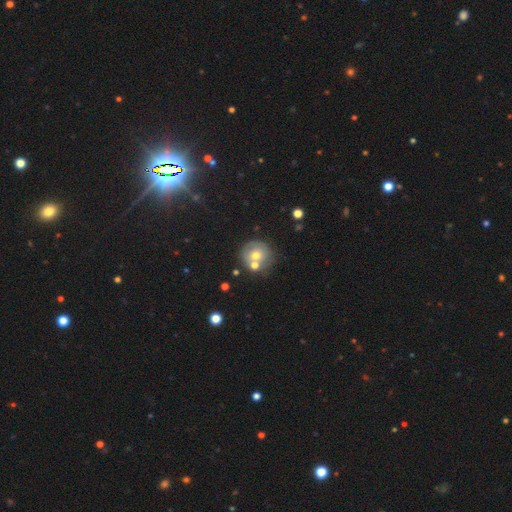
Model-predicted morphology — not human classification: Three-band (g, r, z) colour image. It shows a smooth galaxy with no disk features (52%) that is round (89%). Merging: none (56%).